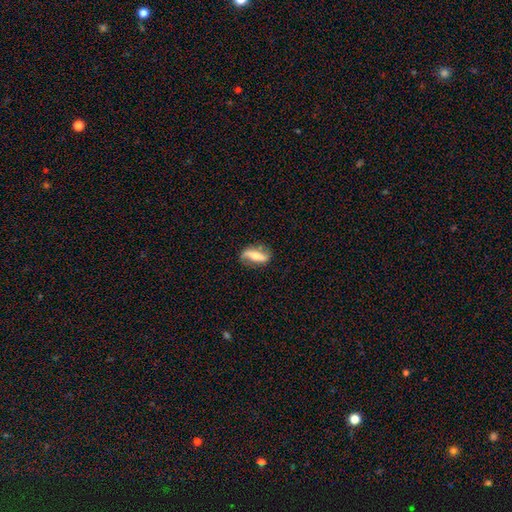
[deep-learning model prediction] Overall: featured or disk (52%; smooth 41%). Edge-on disk: no (75%). Merging: none (74%).